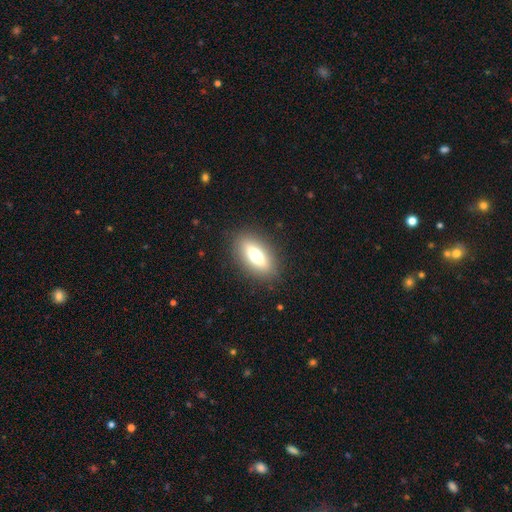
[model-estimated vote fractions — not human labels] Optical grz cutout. It shows a smooth galaxy with no disk features (64%) that is in between round and cigar-shaped (73%). Merging: none (87%).